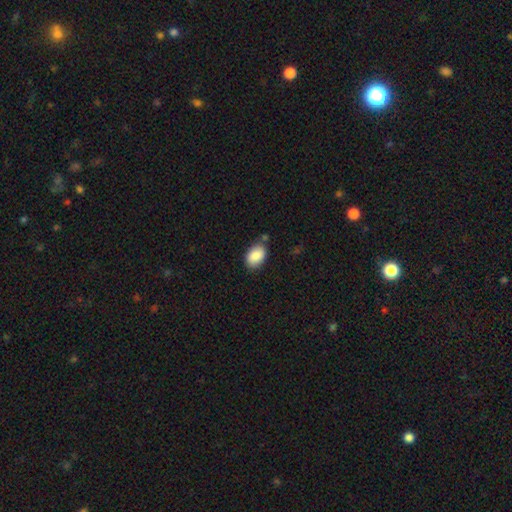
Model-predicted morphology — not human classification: type=smooth (88%); roundness=in between (88%); merging=none (73%).